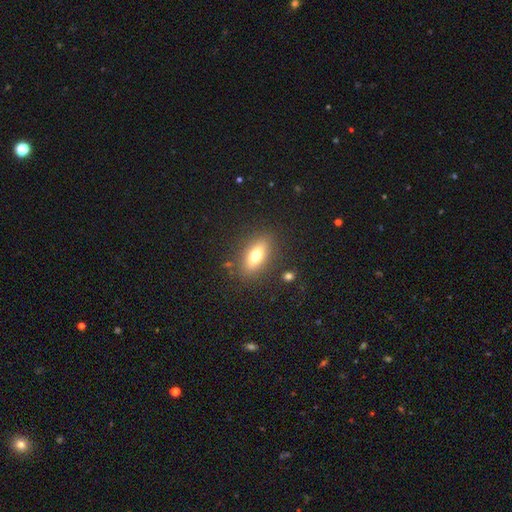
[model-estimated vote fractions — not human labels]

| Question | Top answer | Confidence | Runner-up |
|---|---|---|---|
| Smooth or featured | smooth | 67% | featured or disk (24%) |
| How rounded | in between | 77% | cigar-shaped (17%) |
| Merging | none | 85% | minor disturbance (9%) |